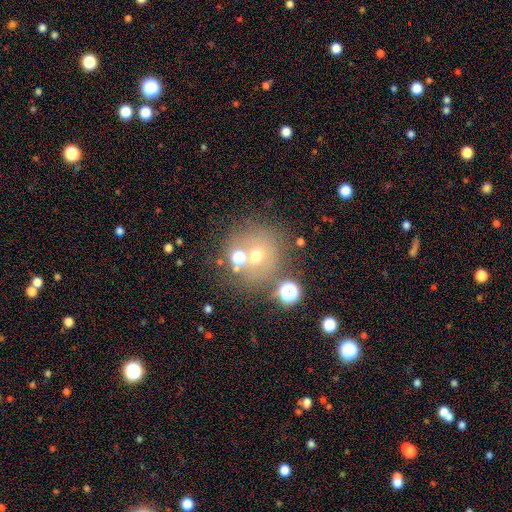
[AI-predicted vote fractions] smooth_or_featured: smooth (p=0.54) [alt: star or artifact p=0.28]
how_rounded: round (p=0.89) [alt: in between p=0.10]
merging: none (p=0.64) [alt: merger p=0.19]